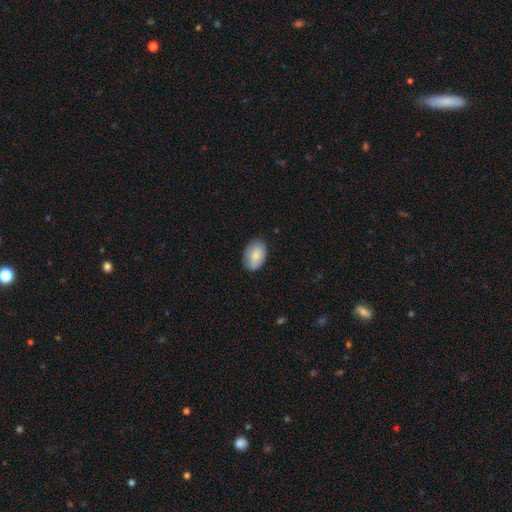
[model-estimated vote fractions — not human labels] Overall: smooth (82%). How rounded: in between (87%). Merging: none (76%).